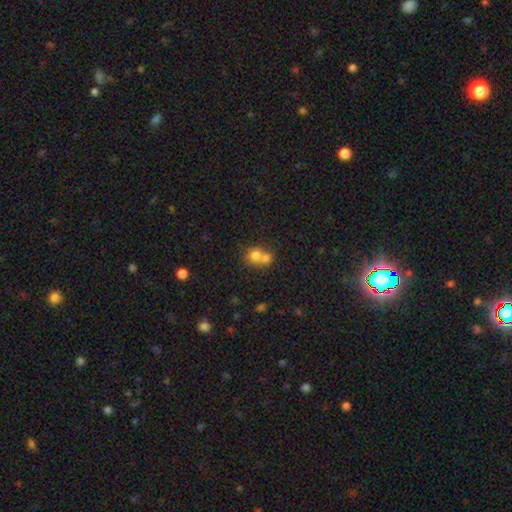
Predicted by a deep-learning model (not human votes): Smooth or featured: smooth — 74% (featured or disk — 16%)
How rounded: round — 74% (in between — 25%)
Merging: merger — 64% (none — 27%)